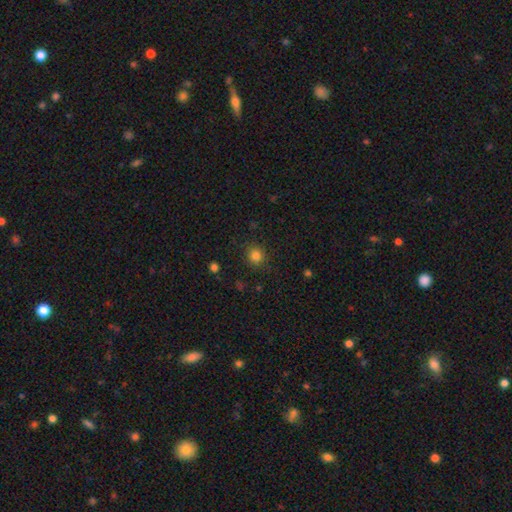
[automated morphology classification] Q: Smooth or featured?
A: smooth (82%); runner-up: star or artifact (13%)
Q: How rounded?
A: round (87%); runner-up: in between (12%)
Q: Merging?
A: none (87%); runner-up: minor disturbance (9%)